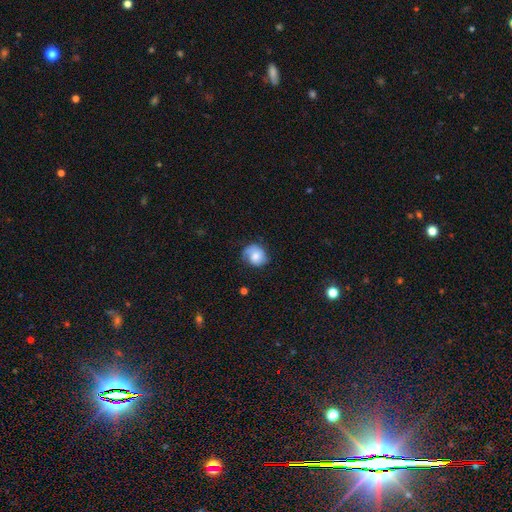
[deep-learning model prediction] smooth_or_featured: smooth (p=0.57) [alt: featured or disk p=0.35]
how_rounded: round (p=0.68) [alt: in between p=0.31]
merging: none (p=0.58) [alt: minor disturbance p=0.29]